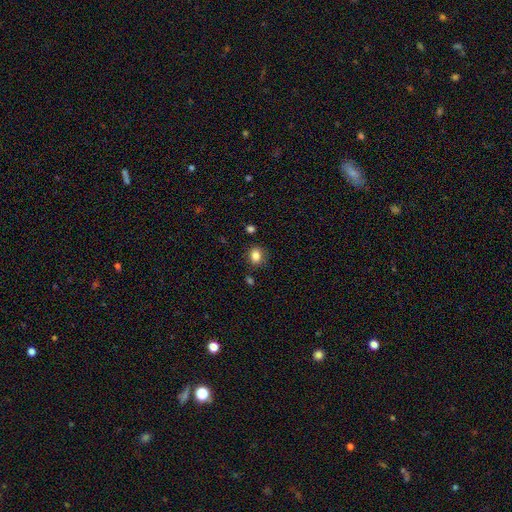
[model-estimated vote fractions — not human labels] Smooth or featured? Predicted: smooth (p=0.84). How rounded? Predicted: round (p=0.53). Merging? Predicted: none (p=0.80).